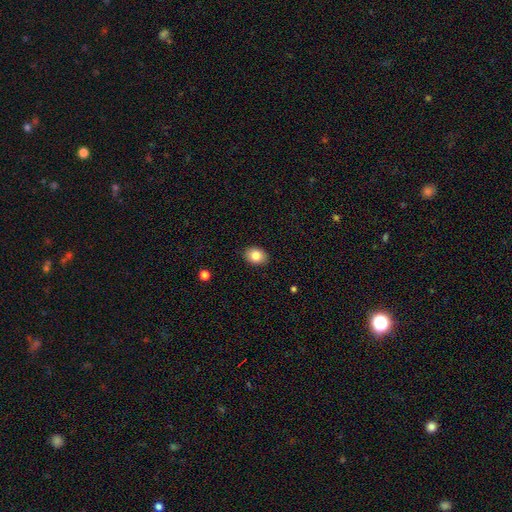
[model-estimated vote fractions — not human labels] This is clearly a smooth galaxy (84%). How rounded: likely in between (66%). Merging: clearly none (89%).